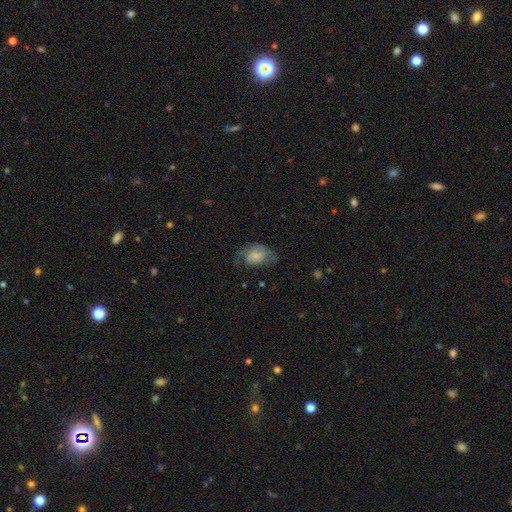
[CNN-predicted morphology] type=smooth (47%); merging=none (47%).